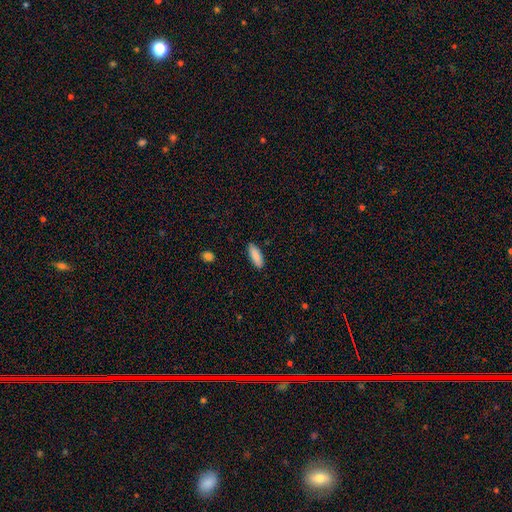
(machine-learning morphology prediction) The model was most divided on "how rounded": in between: 63%, cigar-shaped: 35%, round: 2%. More confident: smooth or featured — smooth (88%); merging — none (88%).